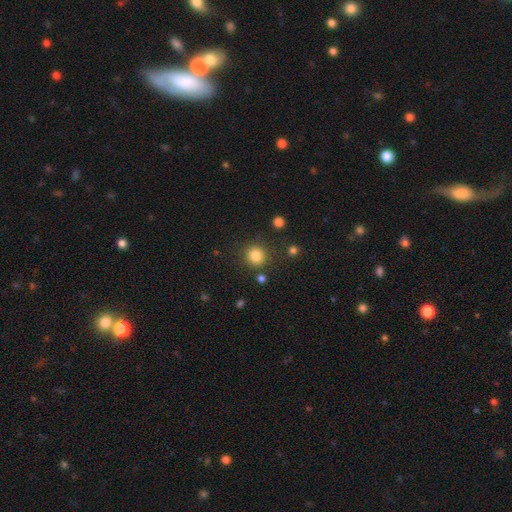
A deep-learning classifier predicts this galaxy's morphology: This is clearly a smooth galaxy (83%). How rounded: clearly round (92%). Merging: clearly none (85%).